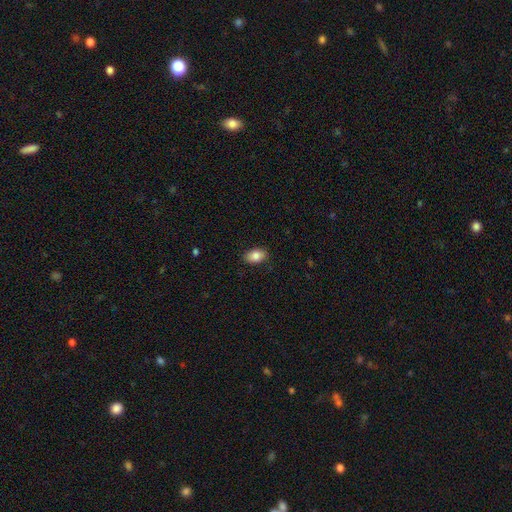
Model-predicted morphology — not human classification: Smooth or featured? Predicted: smooth (p=0.83). How rounded? Predicted: in between (p=0.89). Merging? Predicted: none (p=0.85).